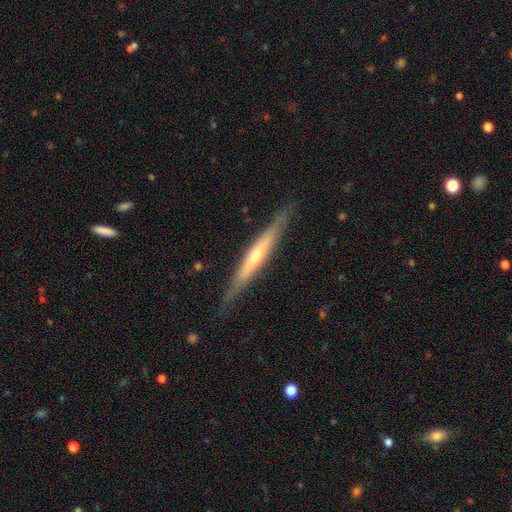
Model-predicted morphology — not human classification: This is likely a featured or disk galaxy (66%). It is clearly viewed edge-on (94%). Edge-on bulge: likely rounded (67%). Merging: clearly none (86%).